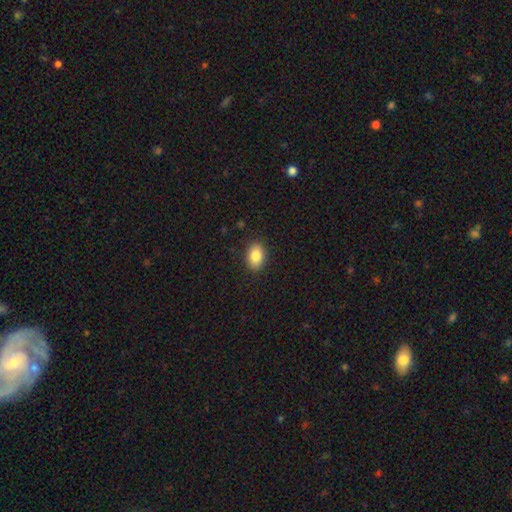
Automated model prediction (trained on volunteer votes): This appears to be a smooth galaxy with no disk features (84%) that is in between round and cigar-shaped (79%). Merging: none (88%).